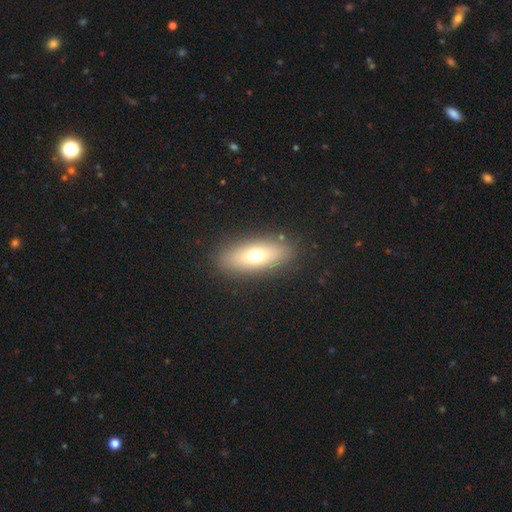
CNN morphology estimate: Smooth or featured?
  - smooth: 66% *
  - featured or disk: 24%
  - star or artifact: 10%
How rounded?
  - in between: 73% *
  - cigar-shaped: 20%
  - round: 6%
Merging?
  - none: 87% *
  - minor disturbance: 8%
  - major disturbance: 4%
  - merger: 1%